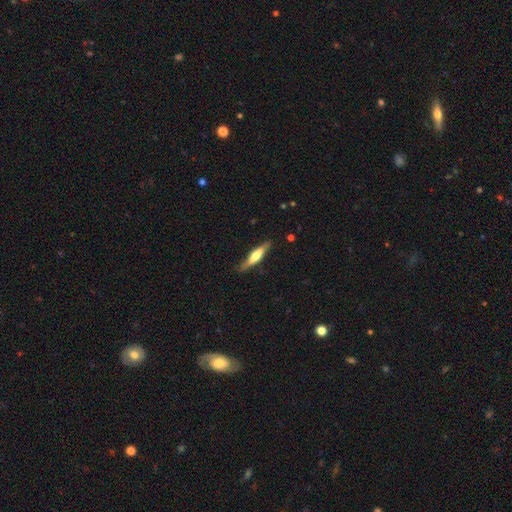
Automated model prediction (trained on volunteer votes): A featured or disk galaxy (54%) viewed edge-on (93%) with a rounded central bulge (73%).

Vote fractions:
- Smooth or featured? featured or disk: 54% / smooth: 40% / star or artifact: 5%
- Edge-on disk? yes: 93% / no: 7%
- Edge-on bulge? rounded: 73% / boxy: 19% / none: 8%
- Merging? none: 83% / minor disturbance: 13% / major disturbance: 3% / merger: 1%